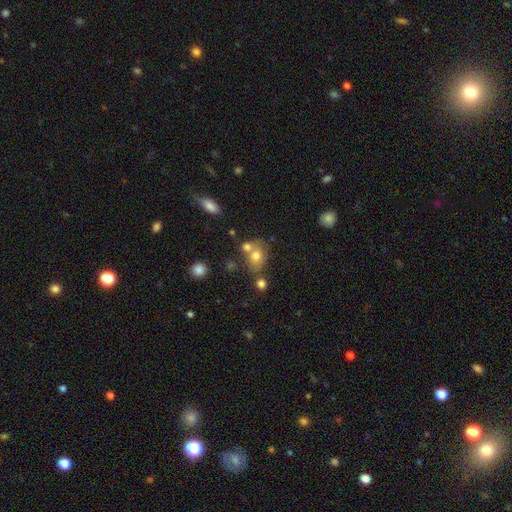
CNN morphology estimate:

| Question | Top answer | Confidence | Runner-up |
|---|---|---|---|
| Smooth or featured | smooth | 71% | featured or disk (17%) |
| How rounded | in between | 55% | round (44%) |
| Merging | none | 47% | merger (32%) |